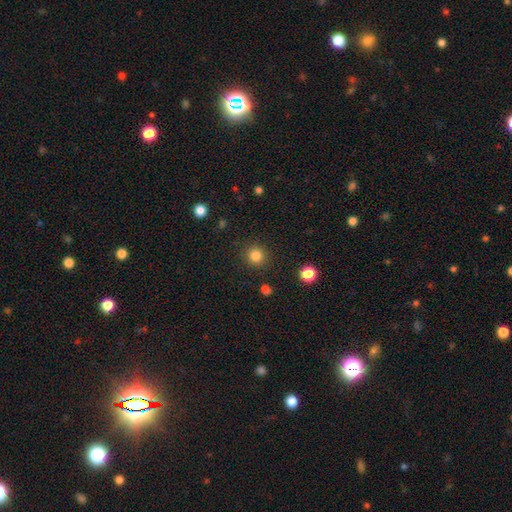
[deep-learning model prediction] This appears to be a smooth galaxy with no disk features (84%) that is round (93%). Merging: none (90%).